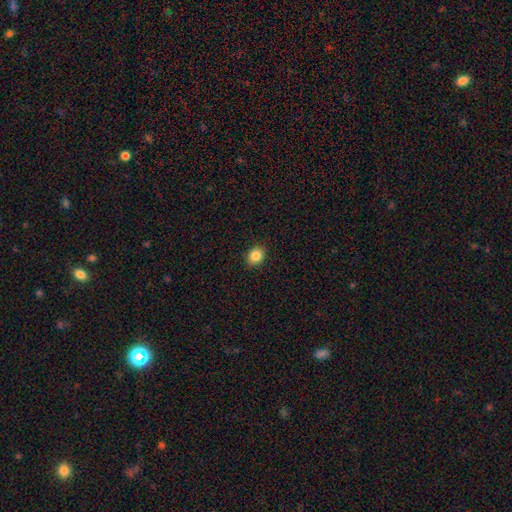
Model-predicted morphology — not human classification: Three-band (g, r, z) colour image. It shows a smooth galaxy with no disk features (86%) that is round (50%). Merging: none (91%).